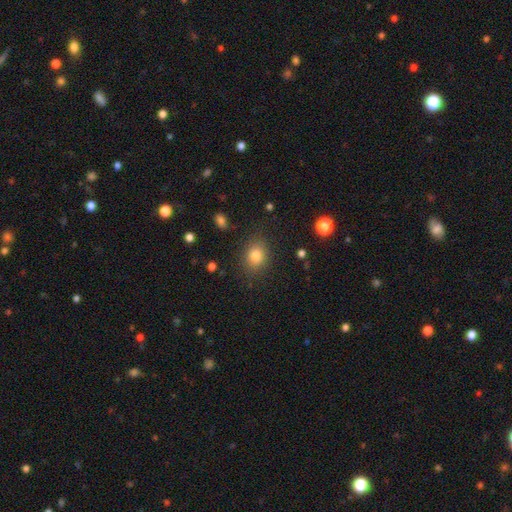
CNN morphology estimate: This is clearly a smooth galaxy (81%). How rounded: possibly round (52%). Merging: clearly none (84%).